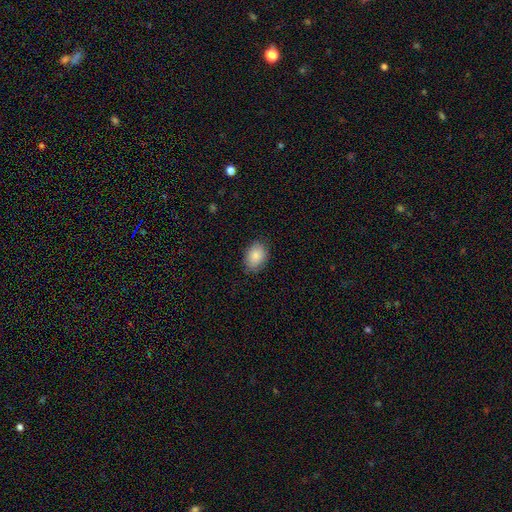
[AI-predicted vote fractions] Smooth or featured?
  - smooth: 87% *
  - star or artifact: 7%
  - featured or disk: 6%
How rounded?
  - in between: 77% *
  - round: 22%
  - cigar-shaped: 1%
Merging?
  - none: 84% *
  - minor disturbance: 13%
  - major disturbance: 3%
  - merger: 1%